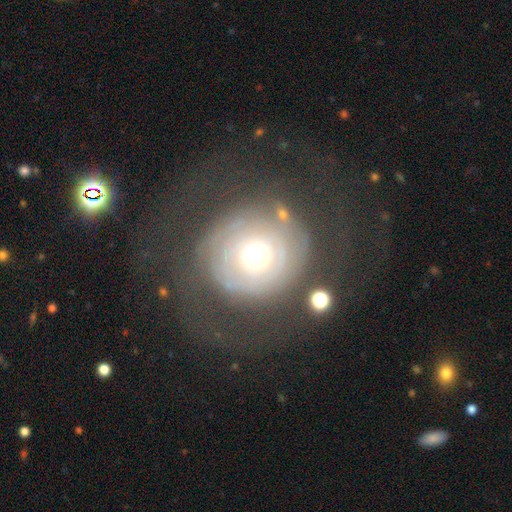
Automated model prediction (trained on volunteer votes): featured or disk 66%, smooth 26%, star or artifact 8%. Down the decision tree: edge-on disk — no (97%); bar — no (87%); spiral arms — yes (63%); bulge size — moderate (61%); merging — none (61%).